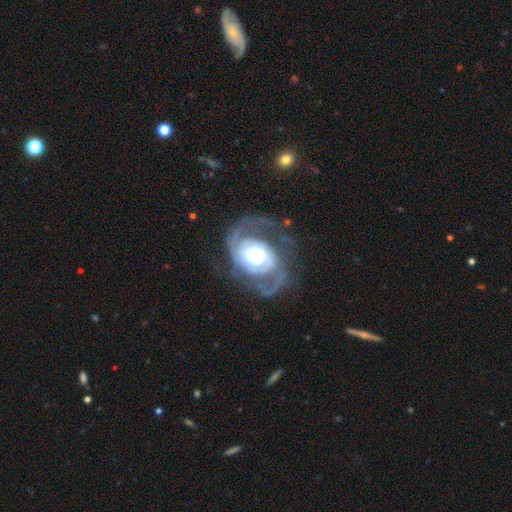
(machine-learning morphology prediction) type=featured or disk (90%); edge-on=no (98%); bar=no (61%); spiral arms=yes (97%); winding=medium (46%); arm count=2 (72%); bulge=moderate (52%); merging=none (66%).